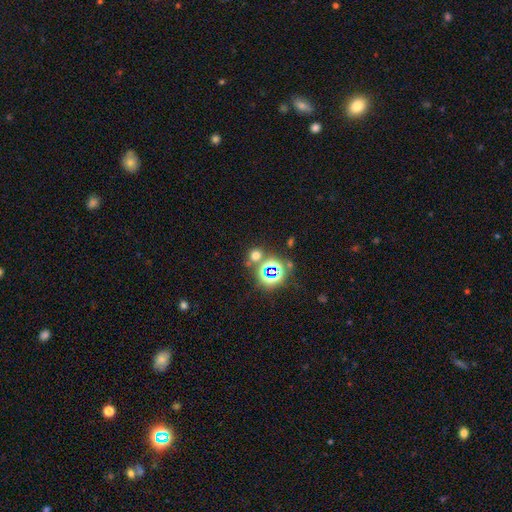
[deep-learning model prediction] Overall: smooth (54%; star or artifact 38%). How rounded: round (80%). Merging: none (72%).